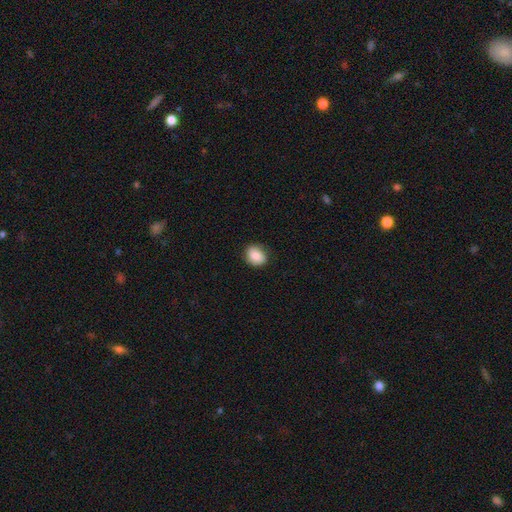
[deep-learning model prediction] Smooth or featured? Predicted: smooth (p=0.85). How rounded? Predicted: round (p=0.60). Merging? Predicted: none (p=0.83).